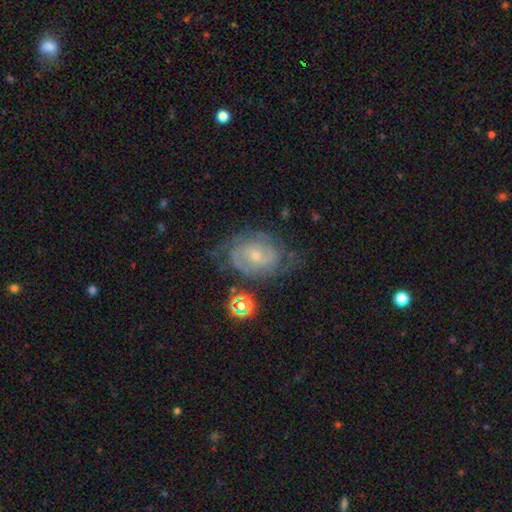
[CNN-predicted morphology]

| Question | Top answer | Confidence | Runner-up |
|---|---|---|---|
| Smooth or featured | featured or disk | 79% | smooth (13%) |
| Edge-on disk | no | 97% | yes (3%) |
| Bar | no | 63% | weak (31%) |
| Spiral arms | yes | 91% | no (9%) |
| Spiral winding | tight | 56% | medium (34%) |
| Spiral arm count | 2 | 44% | can't tell (32%) |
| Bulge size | small | 72% | moderate (23%) |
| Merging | none | 60% | minor disturbance (23%) |